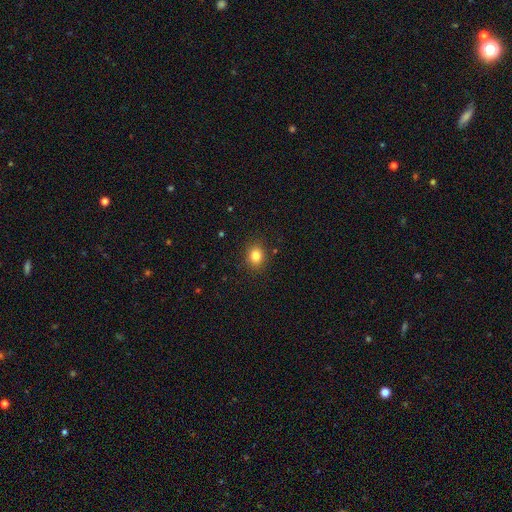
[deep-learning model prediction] smooth-or-featured: smooth: 83% | star or artifact: 11% | featured or disk: 6%
  how-rounded: round: 63% | in between: 36% | cigar-shaped: 1%
  merging: none: 88% | minor disturbance: 8% | major disturbance: 2% | merger: 1%